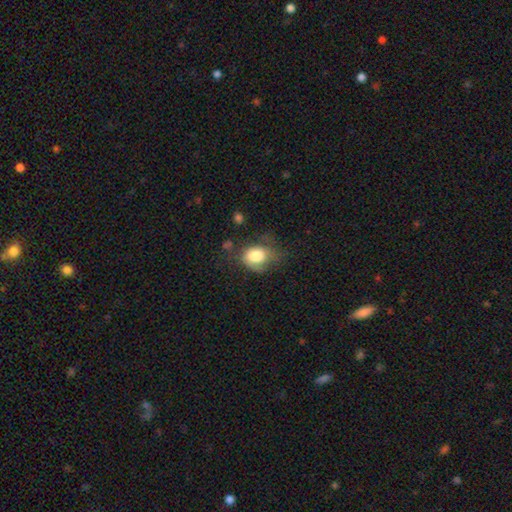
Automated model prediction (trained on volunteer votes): The model was most divided on "merging": none: 38%, minor disturbance: 34%, major disturbance: 24%, merger: 4%. More confident: smooth or featured — smooth (78%); how rounded — in between (53%).